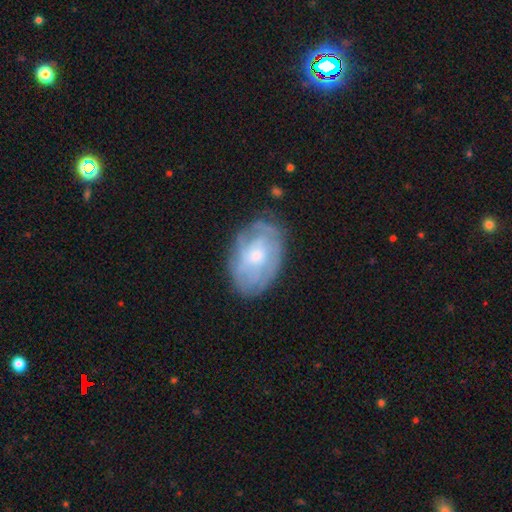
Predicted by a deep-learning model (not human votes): Smooth or featured?
  - featured or disk: 59% *
  - smooth: 34%
  - star or artifact: 7%
Edge-on disk?
  - no: 95% *
  - yes: 5%
Bar?
  - no: 76% *
  - weak: 21%
  - strong: 3%
Spiral arms?
  - yes: 63% *
  - no: 37%
Bulge size?
  - moderate: 50% *
  - small: 39%
  - large: 6%
  - none: 3%
  - dominant: 1%
Merging?
  - none: 71% *
  - minor disturbance: 20%
  - major disturbance: 7%
  - merger: 1%